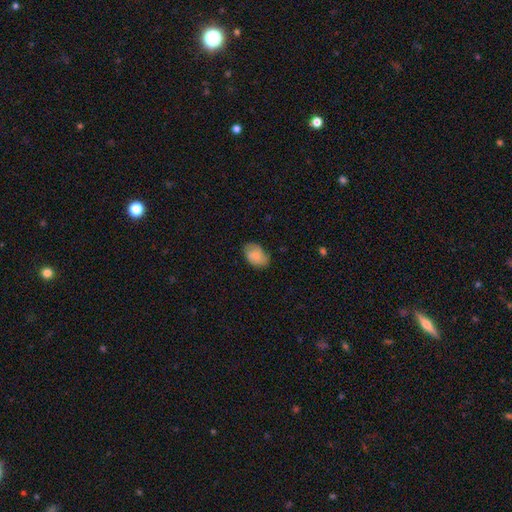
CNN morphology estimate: Smooth or featured? smooth (77%)
How rounded? in between (86%)
Merging? none (69%)